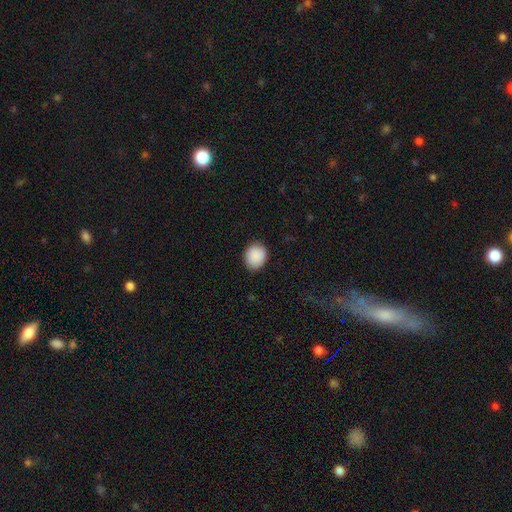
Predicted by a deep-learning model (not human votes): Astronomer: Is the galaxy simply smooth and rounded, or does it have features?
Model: smooth — 90%.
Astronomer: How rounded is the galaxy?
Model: round — 65%.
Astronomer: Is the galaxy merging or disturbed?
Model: none — 86%.